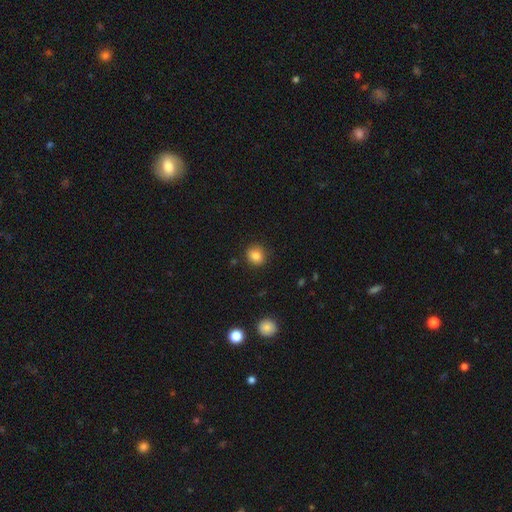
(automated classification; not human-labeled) smooth-or-featured: smooth: 85% | star or artifact: 10% | featured or disk: 5%
  how-rounded: round: 80% | in between: 19% | cigar-shaped: 1%
  merging: none: 87% | minor disturbance: 9% | major disturbance: 2% | merger: 1%